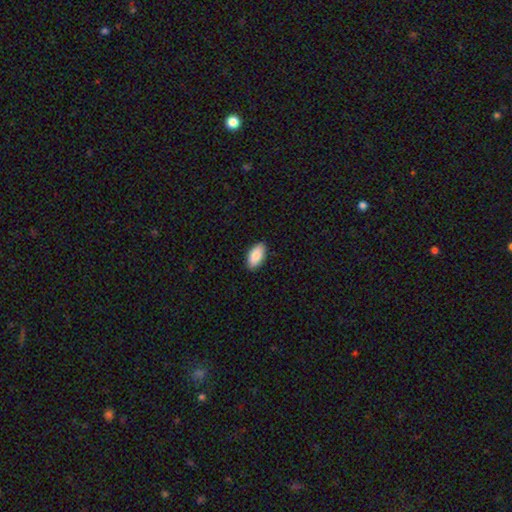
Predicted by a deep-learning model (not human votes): Morphology: type=smooth (87%); roundness=in between (94%); merging=none (90%).